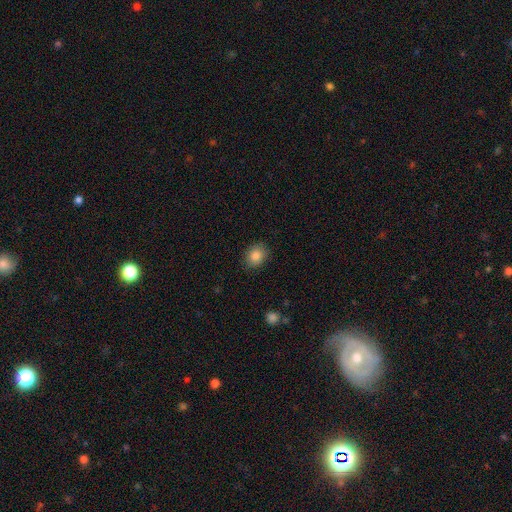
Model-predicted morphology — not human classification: The model was most divided on "how rounded": round: 52%, in between: 47%, cigar-shaped: 1%. More confident: merging — none (86%); smooth or featured — smooth (85%).